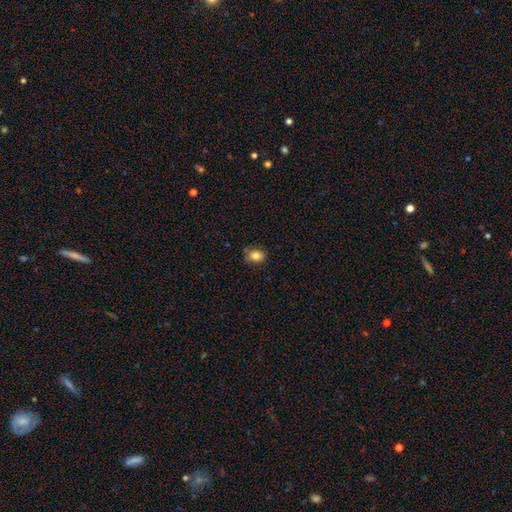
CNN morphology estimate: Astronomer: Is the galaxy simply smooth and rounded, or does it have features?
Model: smooth — 83%.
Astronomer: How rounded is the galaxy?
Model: in between — 65%.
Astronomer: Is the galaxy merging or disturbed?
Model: none — 74%.